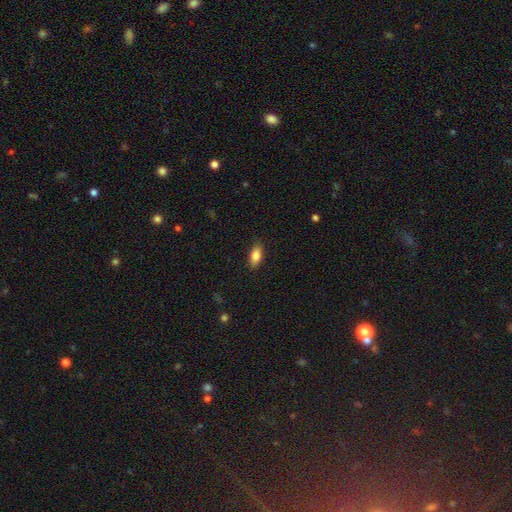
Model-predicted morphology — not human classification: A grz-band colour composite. It shows a smooth galaxy with no disk features (85%) that is in between round and cigar-shaped (87%). Merging: none (86%).